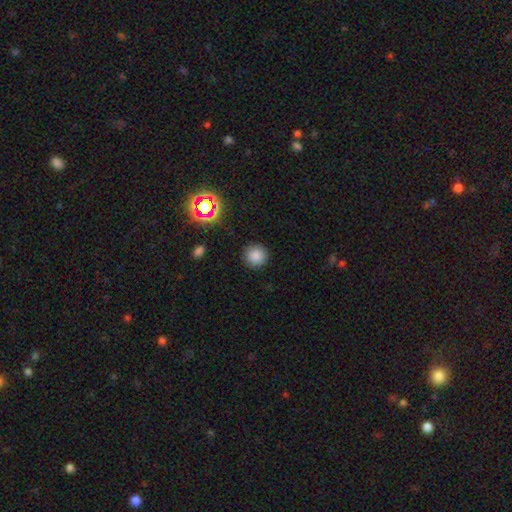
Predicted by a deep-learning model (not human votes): smooth-or-featured: smooth: 81% | star or artifact: 14% | featured or disk: 5%
  how-rounded: round: 94% | in between: 5% | cigar-shaped: 1%
  merging: none: 89% | minor disturbance: 7% | major disturbance: 2% | merger: 1%